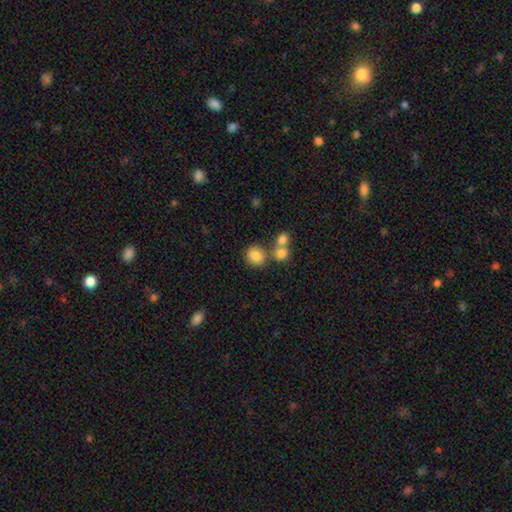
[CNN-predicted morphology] The model was most divided on "merging": none: 62%, merger: 24%, minor disturbance: 9%, major disturbance: 4%. More confident: smooth or featured — smooth (83%); how rounded — round (81%).